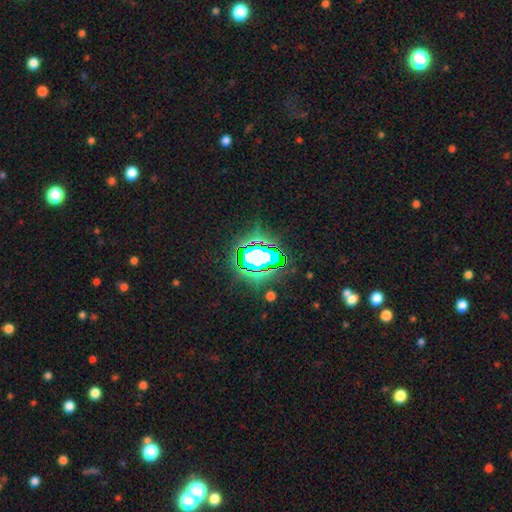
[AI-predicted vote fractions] This is likely a star or artifact rather than a galaxy (69%).